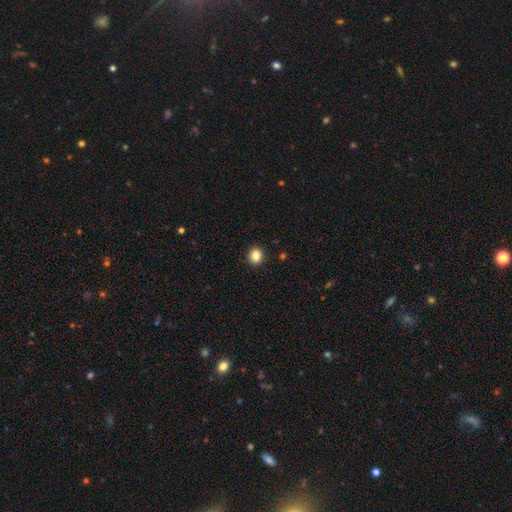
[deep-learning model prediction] A smooth galaxy with no disk features (86%) that is round (66%). Merging: none (91%).